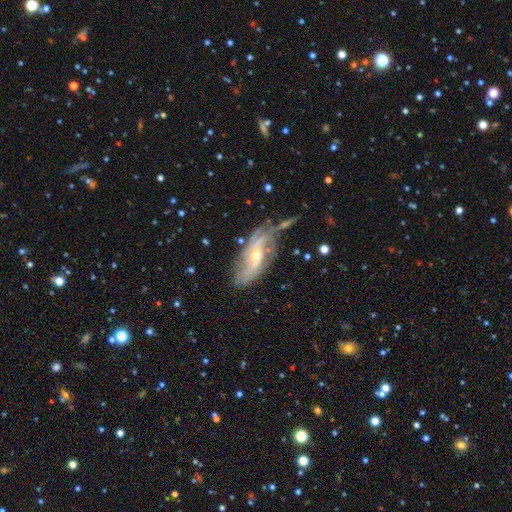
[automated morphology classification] Smooth or featured?
  - featured or disk: 78% *
  - smooth: 14%
  - star or artifact: 8%
Edge-on disk?
  - no: 88% *
  - yes: 12%
Bar?
  - no: 61% *
  - weak: 30%
  - strong: 9%
Spiral arms?
  - yes: 88% *
  - no: 12%
Spiral winding?
  - tight: 36% * (tied)
  - medium: 36% * (tied)
  - loose: 28%
Spiral arm count?
  - 2: 38% *
  - can't tell: 37%
  - 3: 11%
  - 4: 6%
  - 1: 5%
  - more than 4: 4%
Bulge size?
  - small: 57% *
  - moderate: 39%
  - large: 1%
  - none: 1%
  - dominant: 1%
Merging?
  - none: 53% *
  - minor disturbance: 25%
  - major disturbance: 13%
  - merger: 9%